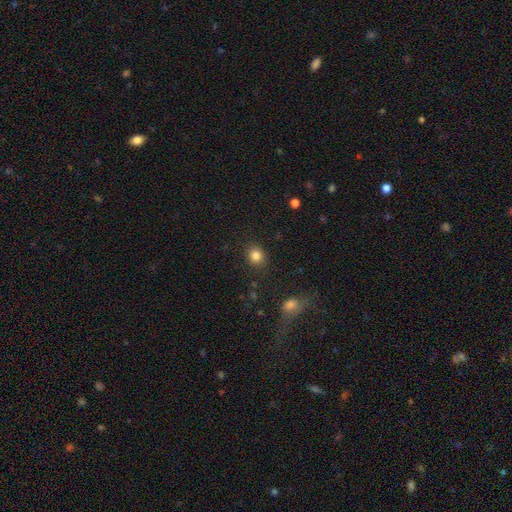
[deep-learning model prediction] The model was most divided on "how rounded": round: 71%, in between: 28%, cigar-shaped: 1%. More confident: merging — none (87%); smooth or featured — smooth (84%).